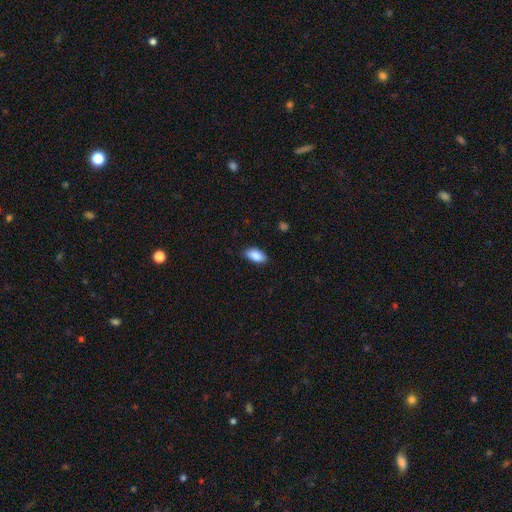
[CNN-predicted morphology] smooth_or_featured: smooth (p=0.88) [alt: star or artifact p=0.07]
how_rounded: in between (p=0.92) [alt: cigar-shaped p=0.05]
merging: none (p=0.81) [alt: minor disturbance p=0.15]